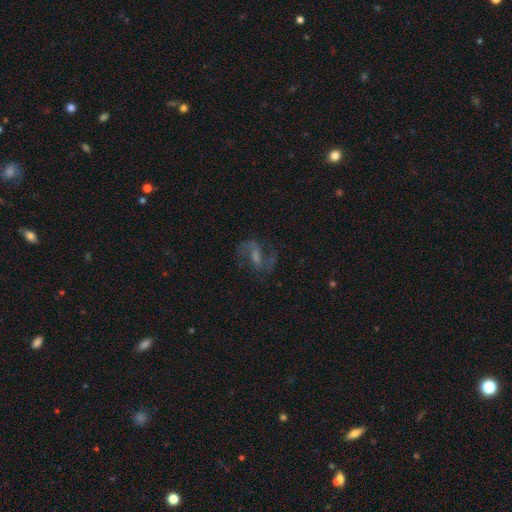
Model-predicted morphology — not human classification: featured or disk 77%, smooth 12%, star or artifact 11%. Down the decision tree: edge-on disk — no (96%); bar — weak (47%); spiral arms — yes (93%); spiral arm count — 2 (90%); spiral winding — medium (46%); bulge size — small (31%); merging — none (70%).